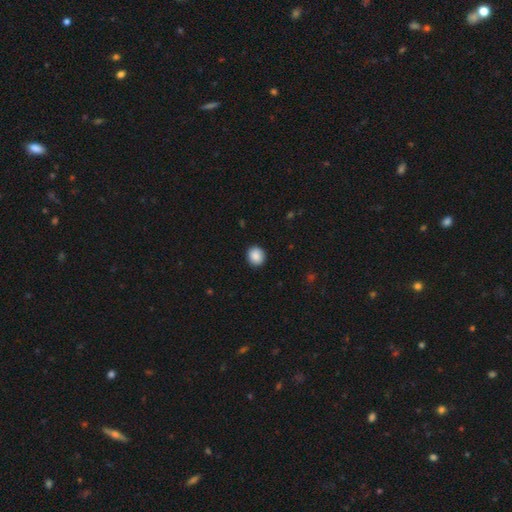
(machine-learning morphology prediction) Overall: smooth (89%). How rounded: round (83%). Merging: none (91%).